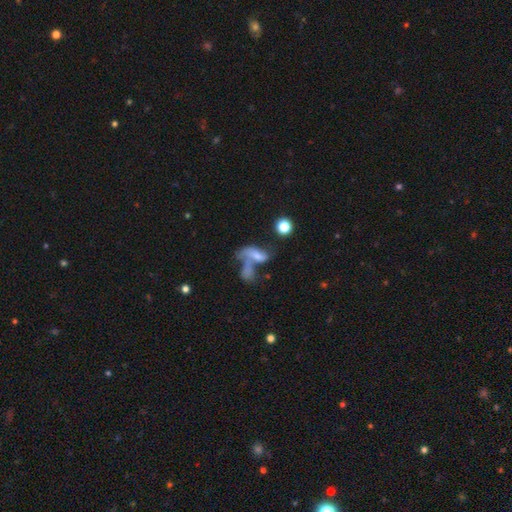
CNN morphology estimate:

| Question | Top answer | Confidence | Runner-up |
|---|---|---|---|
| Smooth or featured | smooth | 47% | featured or disk (38%) |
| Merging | merger | 55% | major disturbance (22%) |